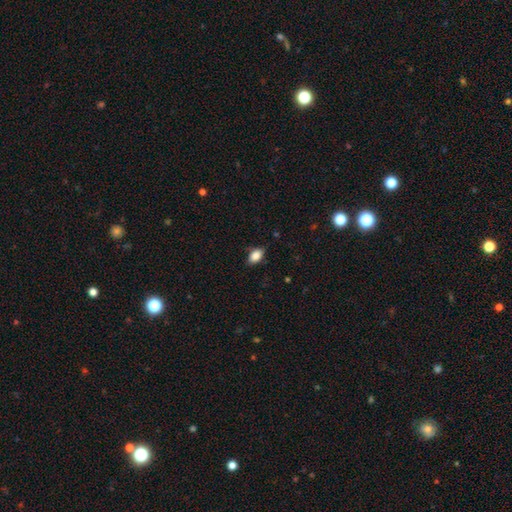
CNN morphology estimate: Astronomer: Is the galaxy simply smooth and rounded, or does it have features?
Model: smooth — 85%.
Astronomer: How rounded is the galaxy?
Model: in between — 87%.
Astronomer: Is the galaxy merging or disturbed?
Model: none — 79%.